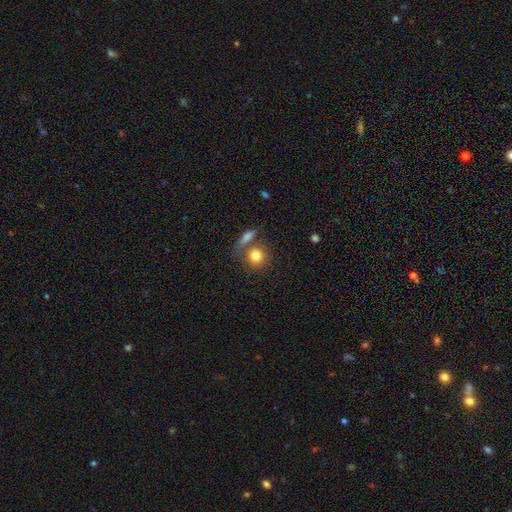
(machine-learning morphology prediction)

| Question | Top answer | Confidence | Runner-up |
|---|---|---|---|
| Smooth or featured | smooth | 81% | featured or disk (10%) |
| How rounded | round | 84% | in between (14%) |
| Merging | none | 61% | merger (25%) |